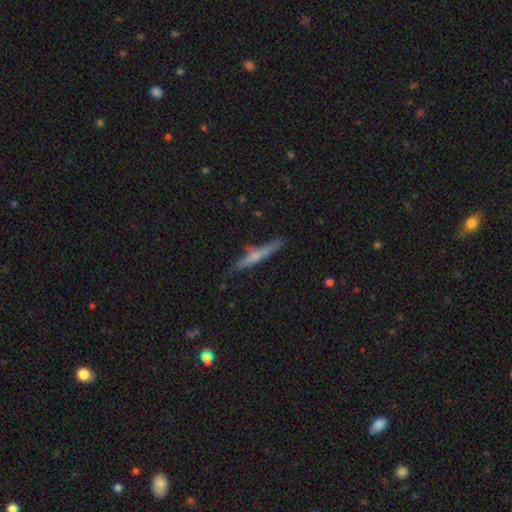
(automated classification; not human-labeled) smooth-or-featured: smooth: 48% | featured or disk: 46% | star or artifact: 6%
  merging: none: 82% | minor disturbance: 13% | merger: 3% | major disturbance: 2%